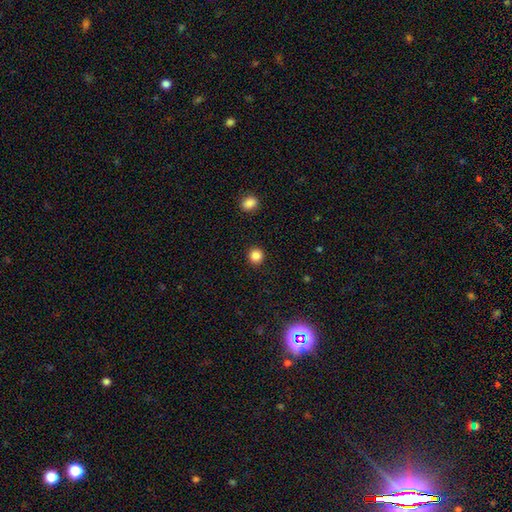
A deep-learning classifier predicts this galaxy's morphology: This appears to be a smooth galaxy with no disk features (86%) that is round (93%). Merging: none (93%).